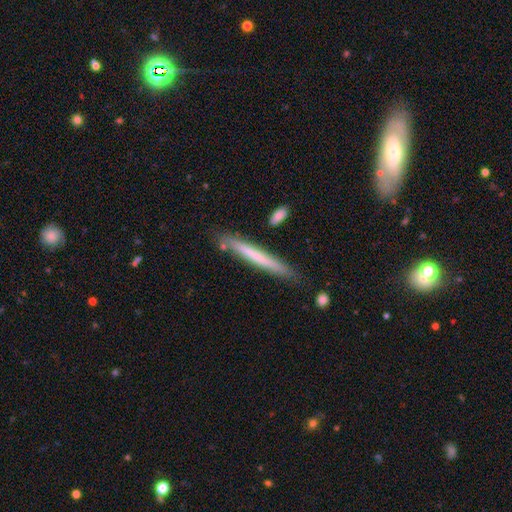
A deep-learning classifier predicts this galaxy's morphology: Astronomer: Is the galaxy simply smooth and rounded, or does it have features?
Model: smooth — 57% (runner-up: featured or disk, 37%).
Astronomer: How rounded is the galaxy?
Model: cigar-shaped — 96%.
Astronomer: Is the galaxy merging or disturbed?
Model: none — 83%.